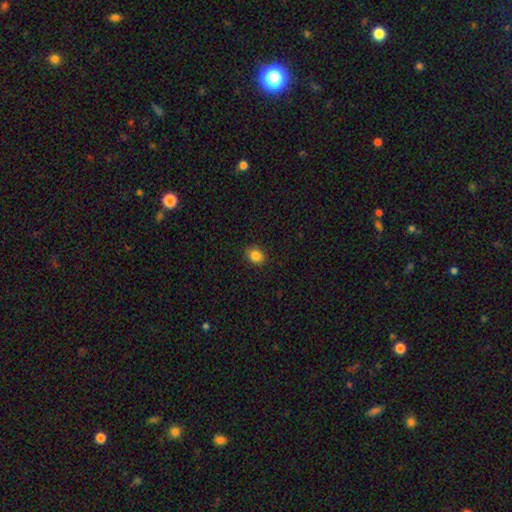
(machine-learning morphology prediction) This appears to be a smooth galaxy with no disk features (85%) that is round (53%). Merging: none (90%).